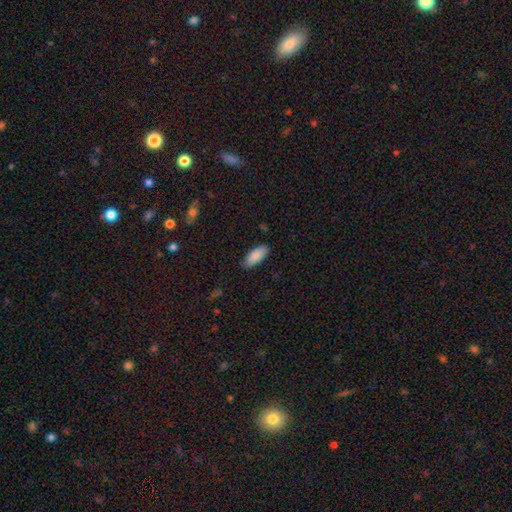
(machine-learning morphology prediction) type=smooth (88%); roundness=in between (82%); merging=none (86%).